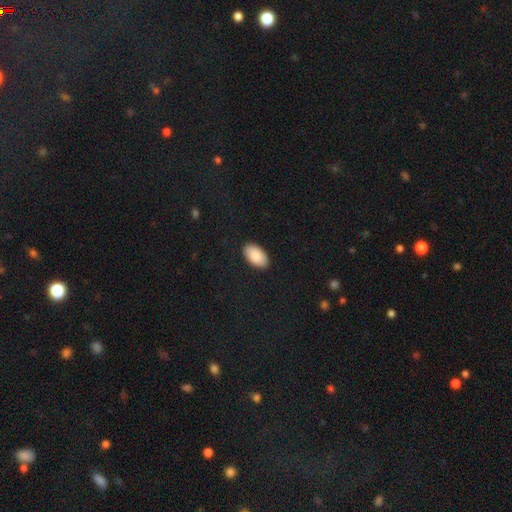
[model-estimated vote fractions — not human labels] This is clearly a smooth galaxy (87%). How rounded: clearly in between (95%). Merging: clearly none (90%).